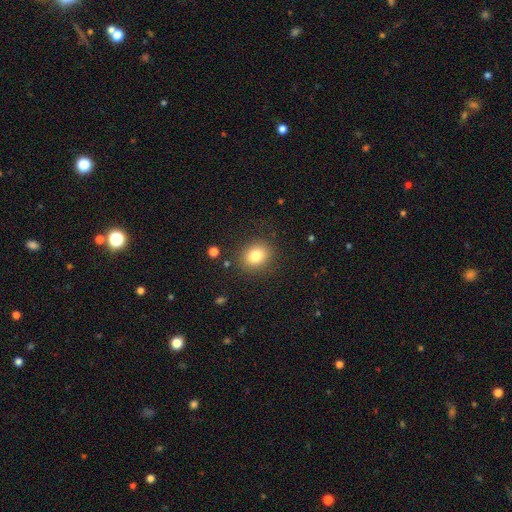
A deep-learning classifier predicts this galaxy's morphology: smooth 81%, star or artifact 11%, featured or disk 8%. Down the decision tree: how rounded — round (61%); merging — none (85%).